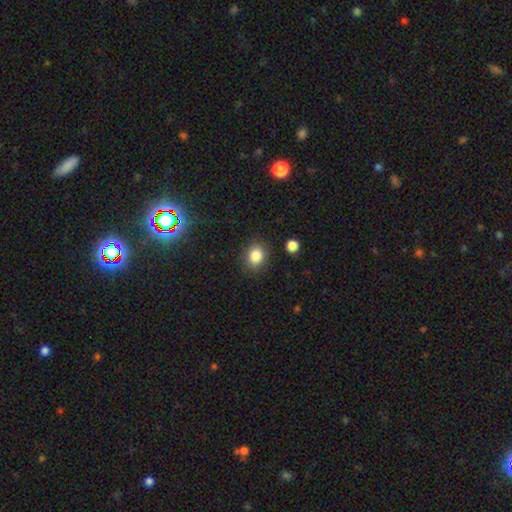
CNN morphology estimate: Smooth or featured?
  - smooth: 83% *
  - star or artifact: 11%
  - featured or disk: 6%
How rounded?
  - round: 62% *
  - in between: 38%
  - cigar-shaped: 1%
Merging?
  - none: 85% *
  - minor disturbance: 10%
  - major disturbance: 3%
  - merger: 2%